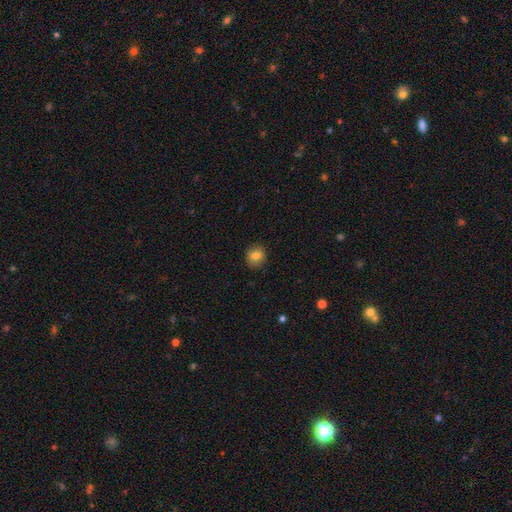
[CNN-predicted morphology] This is likely a smooth galaxy (80%). How rounded: likely round (79%). Merging: clearly none (86%).